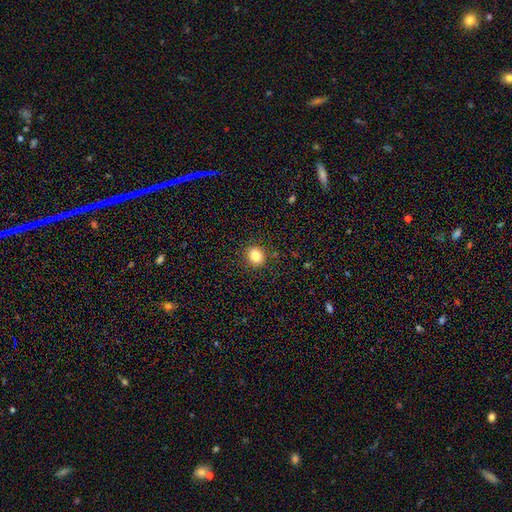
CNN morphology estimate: Overall: smooth (84%). How rounded: round (74%). Merging: none (89%).